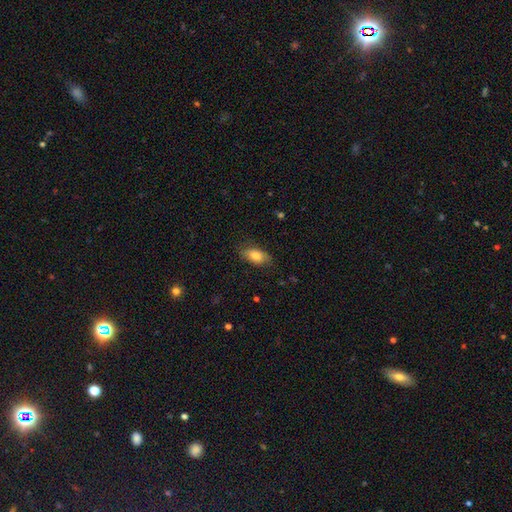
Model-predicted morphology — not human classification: A smooth galaxy with no disk features (81%) that is in between round and cigar-shaped (88%). Merging: none (81%).